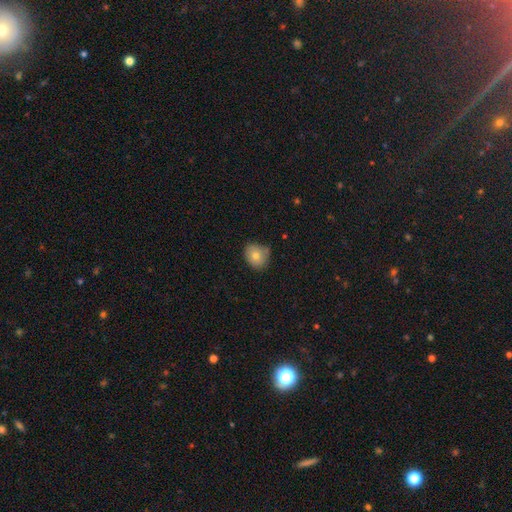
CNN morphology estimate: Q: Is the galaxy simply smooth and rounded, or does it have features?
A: smooth — 77%.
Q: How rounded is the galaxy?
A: round — 62%.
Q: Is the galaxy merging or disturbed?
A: none — 70%.